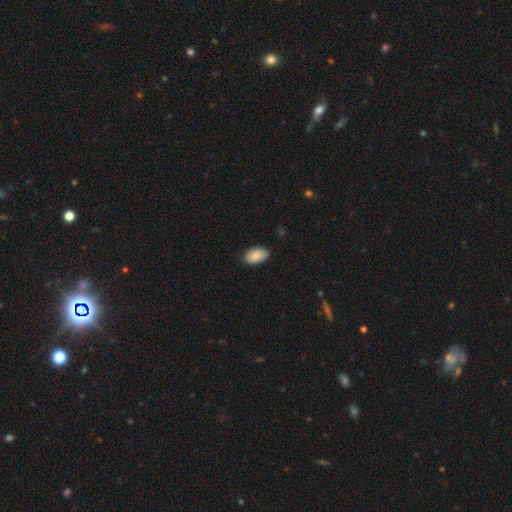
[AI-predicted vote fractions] Smooth or featured? smooth (86%)
How rounded? in between (94%)
Merging? none (82%)